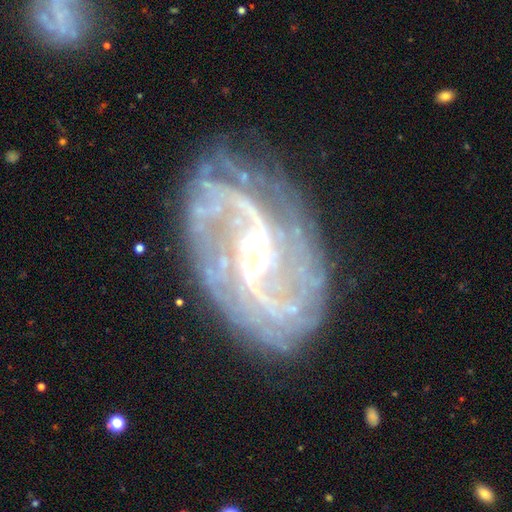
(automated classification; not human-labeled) Morphology: type=featured or disk (89%); edge-on=no (97%); bar=weak (47%); spiral arms=yes (96%); winding=medium (40%); arm count=2 (60%); bulge=small (74%); merging=none (72%).